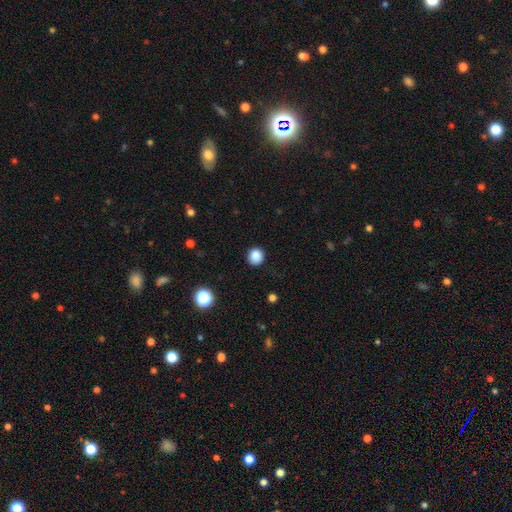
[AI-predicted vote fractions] Morphology: type=smooth (86%); roundness=round (88%); merging=none (88%).